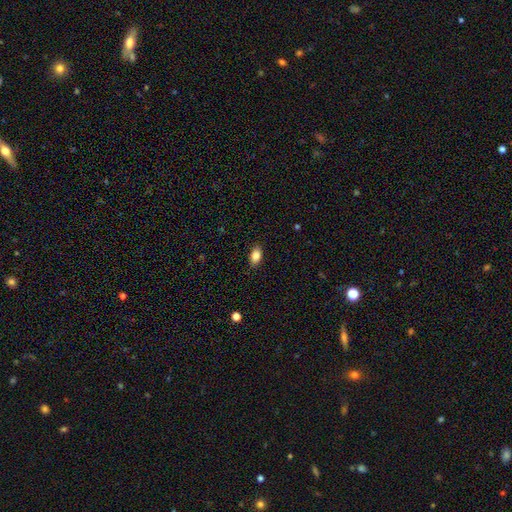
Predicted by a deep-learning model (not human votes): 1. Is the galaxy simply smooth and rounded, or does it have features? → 85% smooth, 8% star or artifact, 7% featured or disk.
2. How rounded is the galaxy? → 90% in between, 8% round, 3% cigar-shaped.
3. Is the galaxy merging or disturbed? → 88% none, 9% minor disturbance, 2% major disturbance, 1% merger.